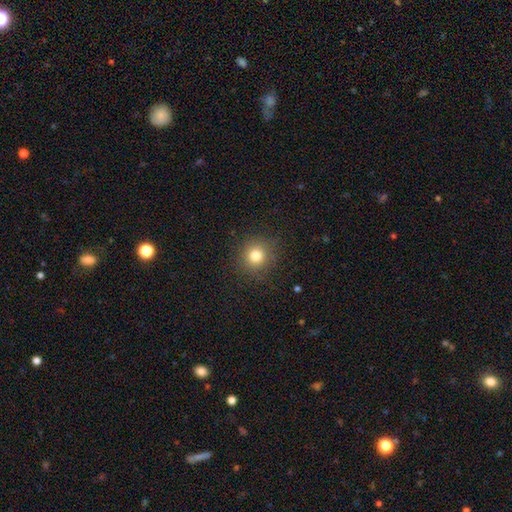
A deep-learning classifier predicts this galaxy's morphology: This appears to be a smooth galaxy with no disk features (79%) that is round (92%). Merging: none (89%).